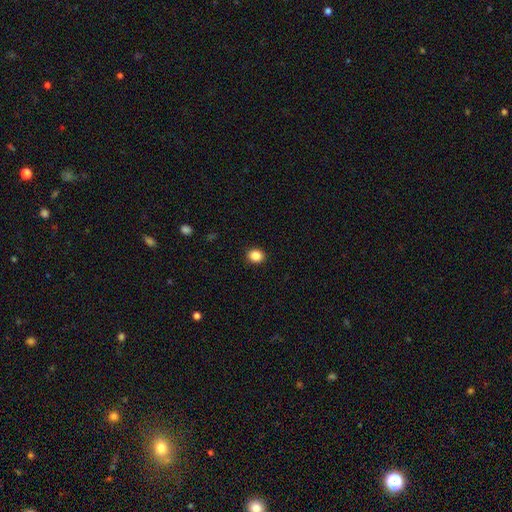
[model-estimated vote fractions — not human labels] Smooth or featured? Predicted: smooth (p=0.86). How rounded? Predicted: round (p=0.73). Merging? Predicted: none (p=0.92).